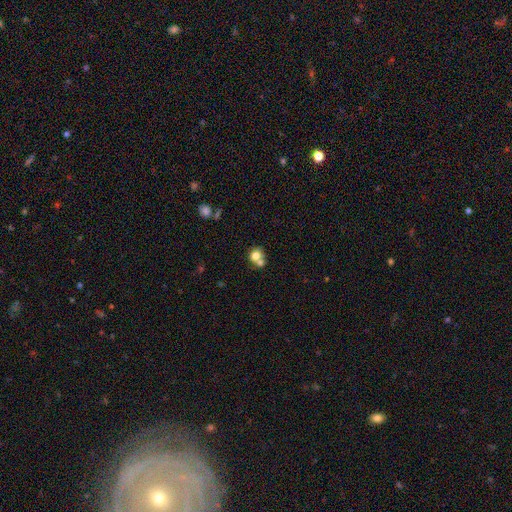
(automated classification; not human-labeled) Smooth or featured? smooth (73%)
How rounded? round (80%)
Merging? merger (48%)